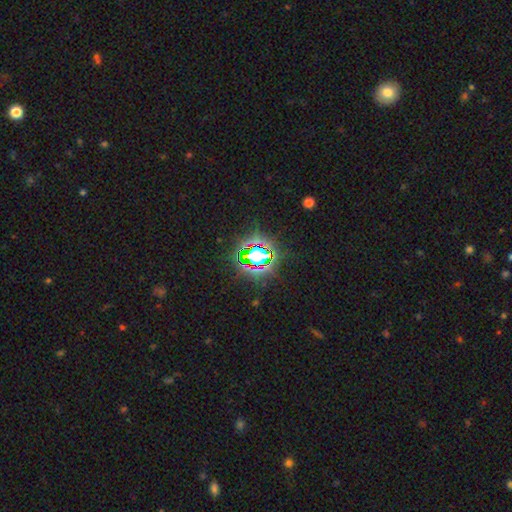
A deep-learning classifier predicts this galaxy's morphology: Smooth or featured? star or artifact (76%)